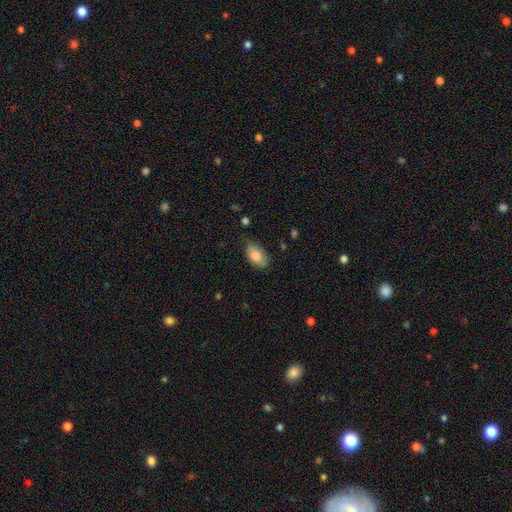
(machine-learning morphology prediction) smooth 78%, featured or disk 15%, star or artifact 7%. Down the decision tree: how rounded — in between (90%); merging — none (66%).